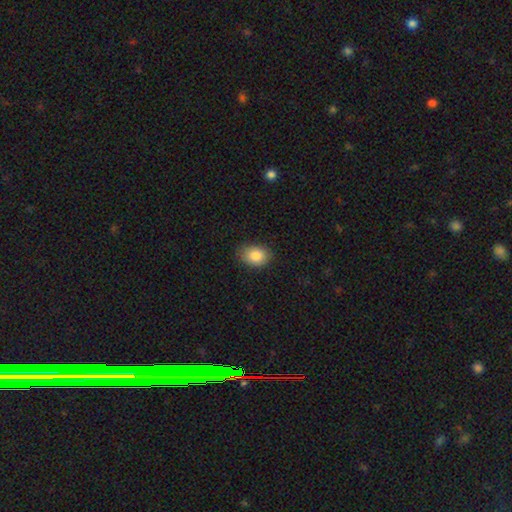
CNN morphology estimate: Q: Smooth or featured?
A: smooth (86%); runner-up: star or artifact (8%)
Q: How rounded?
A: in between (72%); runner-up: round (27%)
Q: Merging?
A: none (82%); runner-up: minor disturbance (14%)